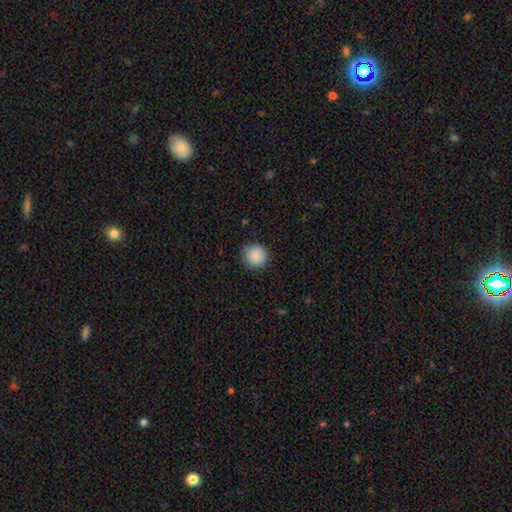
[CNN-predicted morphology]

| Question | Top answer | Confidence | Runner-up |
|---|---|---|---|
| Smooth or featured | smooth | 88% | star or artifact (8%) |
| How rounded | round | 91% | in between (8%) |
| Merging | none | 88% | minor disturbance (8%) |